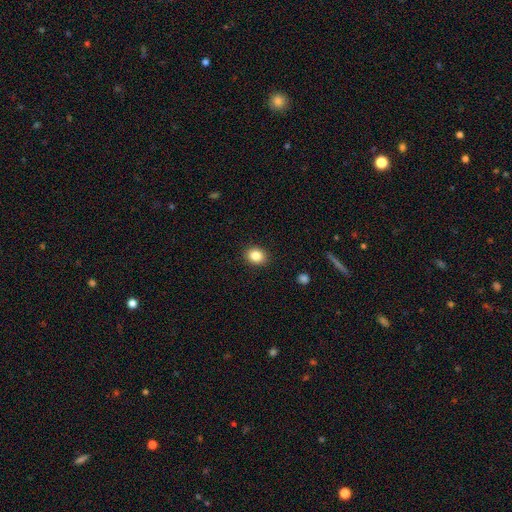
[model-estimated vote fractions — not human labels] A smooth galaxy with no disk features (85%) that is round (60%).

Vote fractions:
- Smooth or featured? smooth: 85% / star or artifact: 10% / featured or disk: 5%
- How rounded? round: 60% / in between: 39% / cigar-shaped: 1%
- Merging? none: 90% / minor disturbance: 7% / major disturbance: 2% / merger: 1%